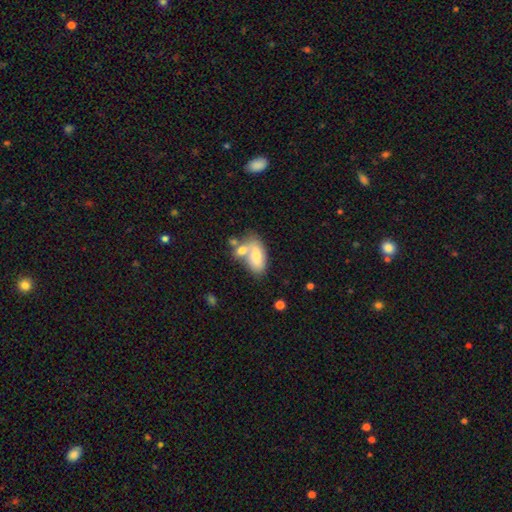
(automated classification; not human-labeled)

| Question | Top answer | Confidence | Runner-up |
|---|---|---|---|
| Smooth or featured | smooth | 72% | featured or disk (21%) |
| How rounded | in between | 89% | cigar-shaped (7%) |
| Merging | merger | 42% | none (37%) |